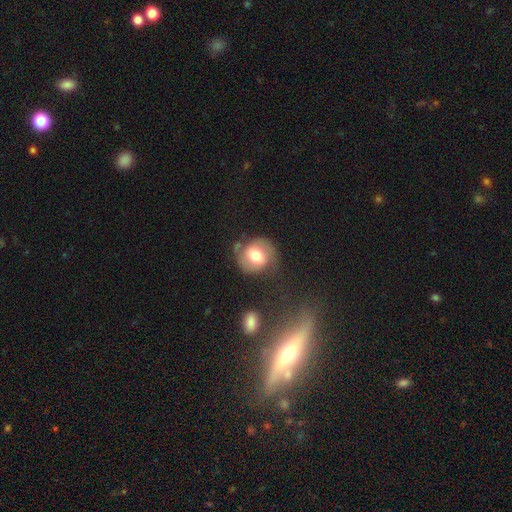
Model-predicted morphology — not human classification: Smooth or featured? smooth (53%)
How rounded? round (78%)
Merging? none (66%)